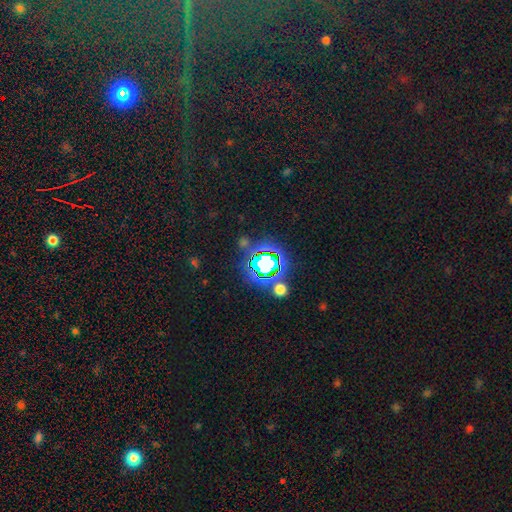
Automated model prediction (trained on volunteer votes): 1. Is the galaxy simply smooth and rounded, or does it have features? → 81% star or artifact, 12% smooth, 8% featured or disk.